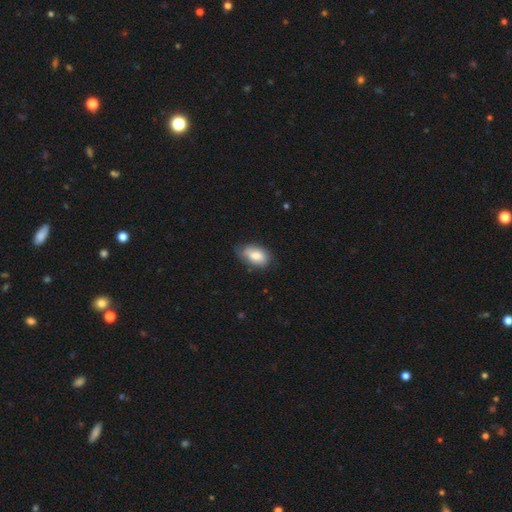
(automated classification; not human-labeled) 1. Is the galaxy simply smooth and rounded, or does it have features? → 78% smooth, 15% featured or disk, 7% star or artifact.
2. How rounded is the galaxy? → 91% in between, 7% round, 2% cigar-shaped.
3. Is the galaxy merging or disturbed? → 60% none, 32% minor disturbance, 6% major disturbance, 2% merger.